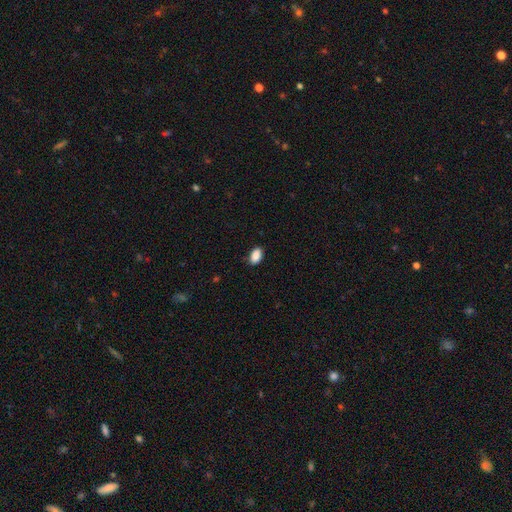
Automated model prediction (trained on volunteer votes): Smooth or featured?
  - smooth: 90% *
  - star or artifact: 7%
  - featured or disk: 3%
How rounded?
  - in between: 92% *
  - round: 6%
  - cigar-shaped: 2%
Merging?
  - none: 85% *
  - minor disturbance: 12%
  - major disturbance: 2%
  - merger: 1%